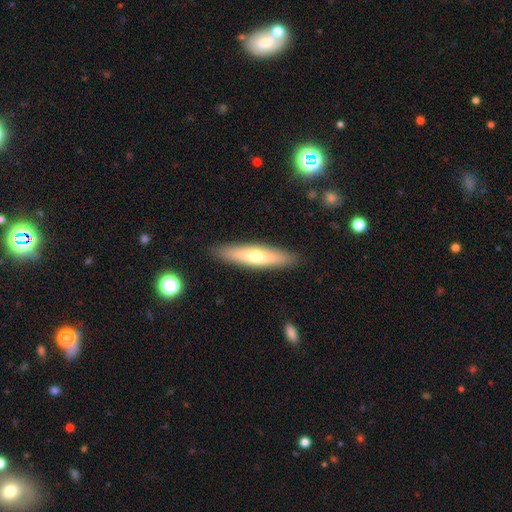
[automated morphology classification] A smooth galaxy with no disk features (53%) that is cigar-shaped (78%).

Vote fractions:
- Smooth or featured? smooth: 53% / featured or disk: 40% / star or artifact: 6%
- How rounded? cigar-shaped: 78% / in between: 20% / round: 2%
- Merging? none: 89% / minor disturbance: 8% / major disturbance: 2% / merger: 1%